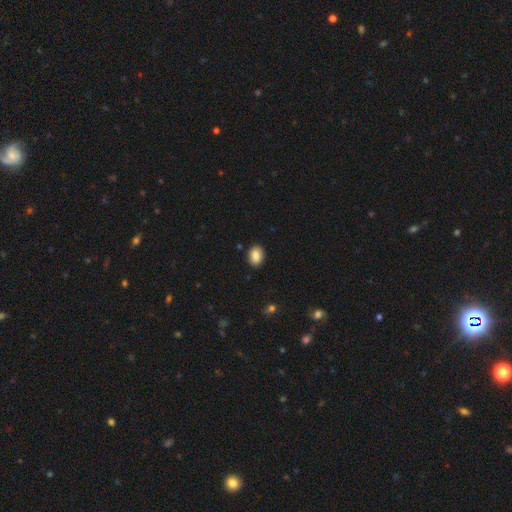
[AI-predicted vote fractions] smooth 87%, star or artifact 8%, featured or disk 5%. Down the decision tree: how rounded — in between (75%); merging — none (89%).